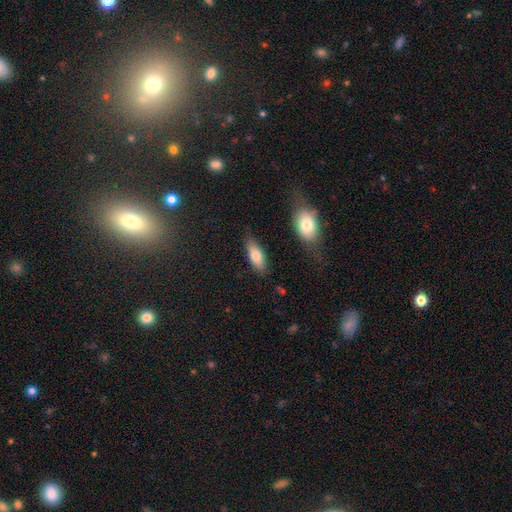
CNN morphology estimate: This is likely a smooth galaxy (77%). How rounded: likely in between (74%). Merging: likely none (76%).